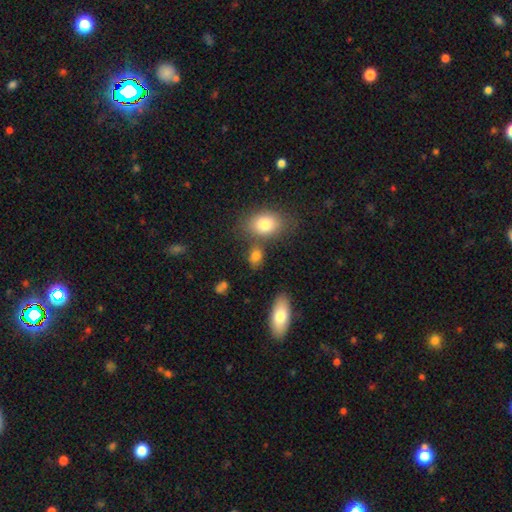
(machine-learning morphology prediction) The model was most divided on "merging": none: 64%, merger: 17%, minor disturbance: 14%, major disturbance: 5%. More confident: smooth or featured — smooth (81%); how rounded — in between (74%).